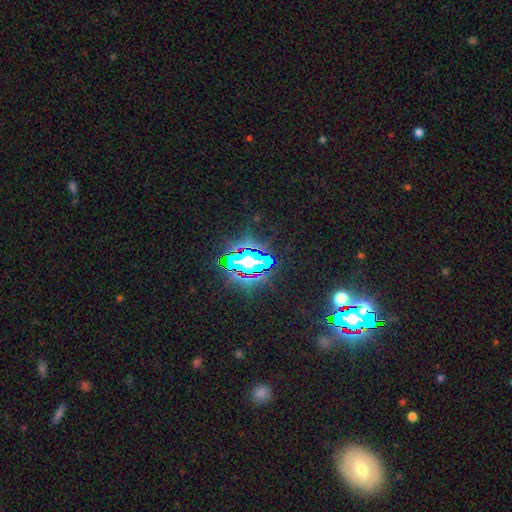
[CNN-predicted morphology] Overall: star or artifact (69%).